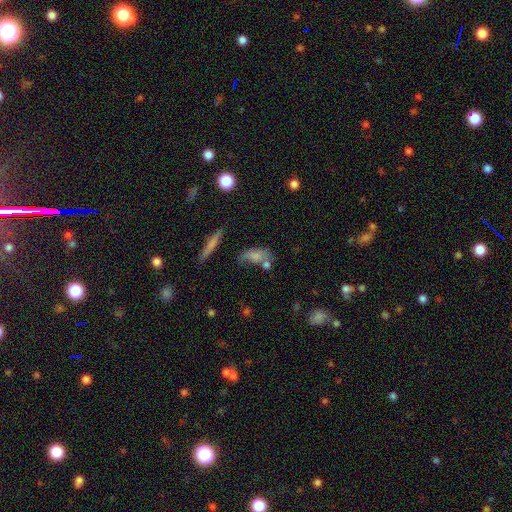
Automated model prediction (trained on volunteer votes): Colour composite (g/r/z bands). It shows a smooth galaxy with no disk features (67%) that is in between round and cigar-shaped (76%). Merging: none (37%).